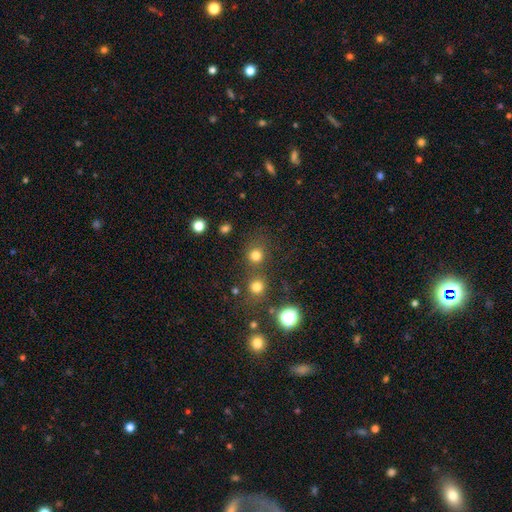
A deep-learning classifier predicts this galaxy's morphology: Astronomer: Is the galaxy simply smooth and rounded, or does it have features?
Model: smooth — 76%.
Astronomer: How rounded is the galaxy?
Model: round — 89%.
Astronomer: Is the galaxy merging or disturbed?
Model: none — 68%.